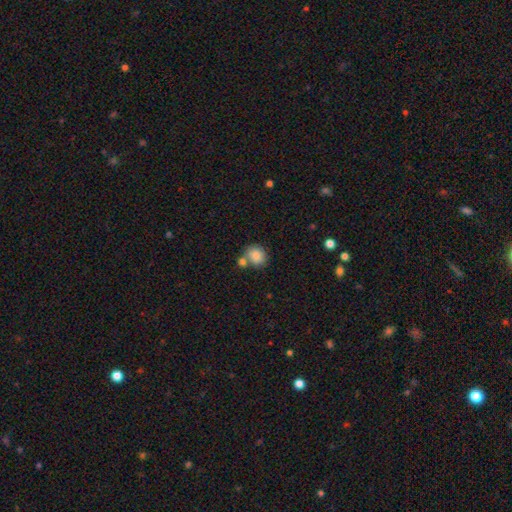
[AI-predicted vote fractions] smooth-or-featured: smooth: 84% | star or artifact: 8% | featured or disk: 8%
  how-rounded: round: 75% | in between: 24% | cigar-shaped: 1%
  merging: none: 53% | merger: 31% | minor disturbance: 12% | major disturbance: 4%